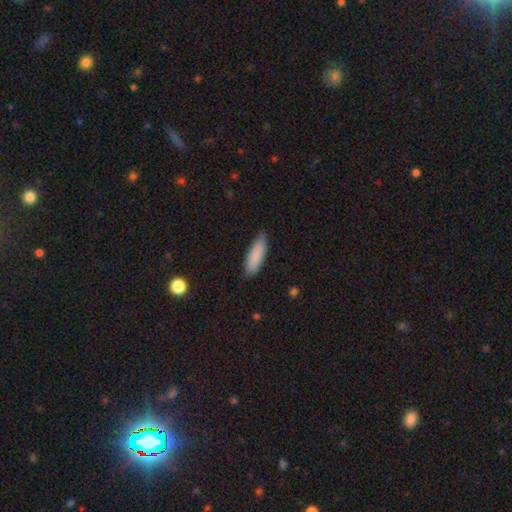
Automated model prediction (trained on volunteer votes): This appears to be a smooth galaxy with no disk features (86%) that is in between round and cigar-shaped (49%, tied with cigar-shaped). Merging: none (79%).